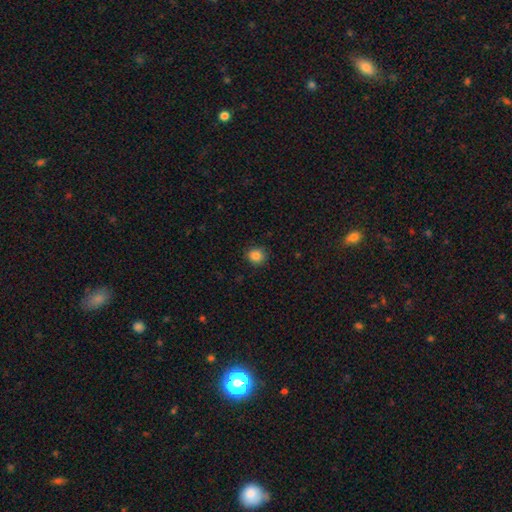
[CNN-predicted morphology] smooth_or_featured: smooth (p=0.86) [alt: star or artifact p=0.11]
how_rounded: round (p=0.86) [alt: in between p=0.13]
merging: none (p=0.88) [alt: minor disturbance p=0.08]